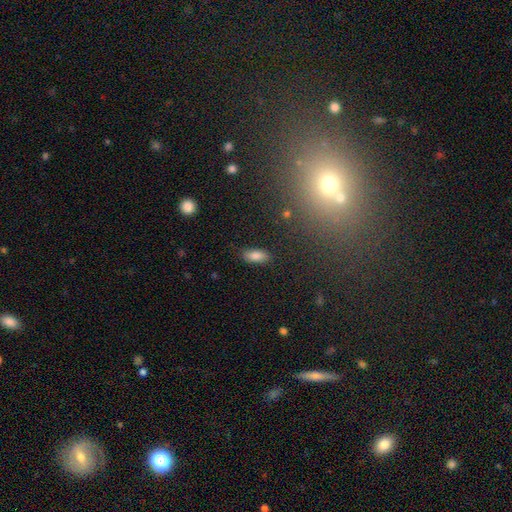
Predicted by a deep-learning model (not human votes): This is clearly a smooth galaxy (84%). How rounded: clearly in between (87%). Merging: clearly none (86%).